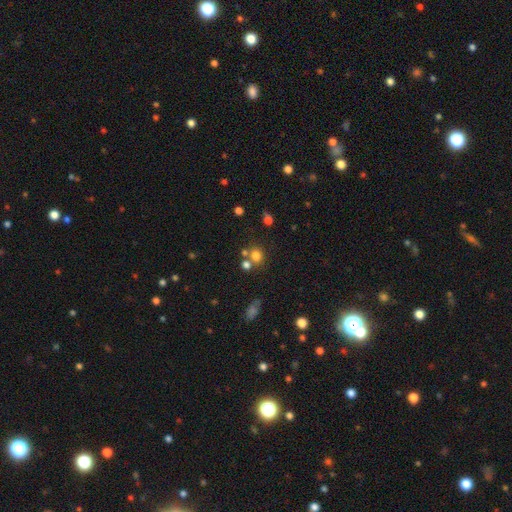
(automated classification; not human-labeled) smooth 74%, star or artifact 17%, featured or disk 9%. Down the decision tree: how rounded — round (80%); merging — none (60%).